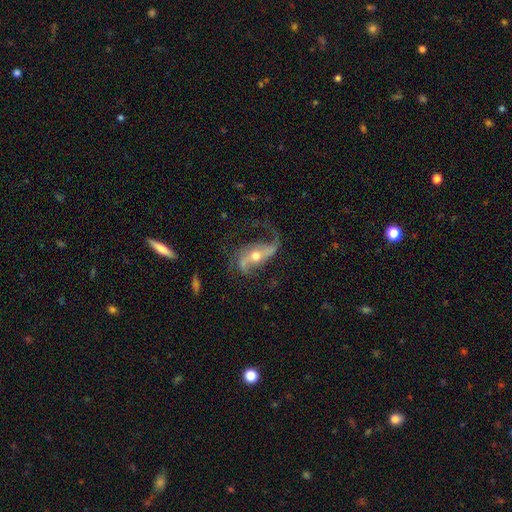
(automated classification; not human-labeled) Overall: featured or disk (85%). Edge-on disk: no (94%). Bar: no (38%; weak 32%). Spiral arms: yes (95%). Spiral arm count: 2 (82%). Spiral winding: loose (71%). Bulge size: moderate (64%; small 30%). Merging: none (55%; major disturbance 23%).